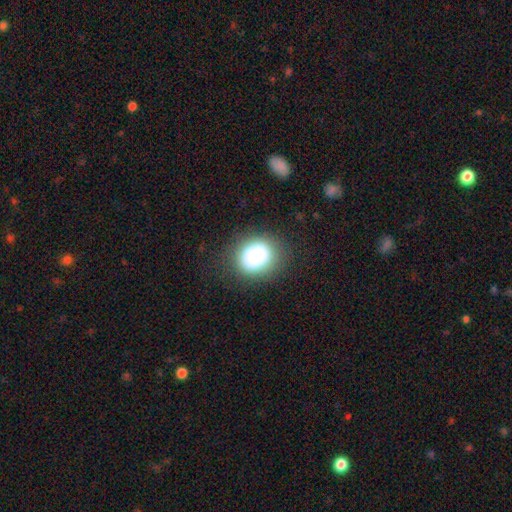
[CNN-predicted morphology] This is likely a smooth galaxy (80%). How rounded: likely round (71%). Merging: likely none (78%).